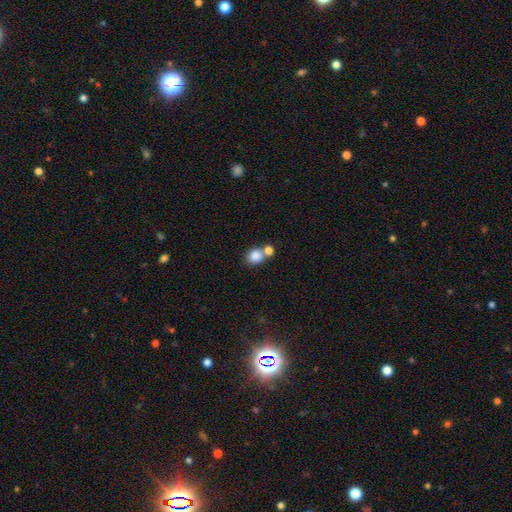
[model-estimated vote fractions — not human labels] smooth_or_featured: smooth (p=0.84) [alt: star or artifact p=0.09]
how_rounded: round (p=0.66) [alt: in between p=0.33]
merging: none (p=0.45) [alt: merger p=0.43]